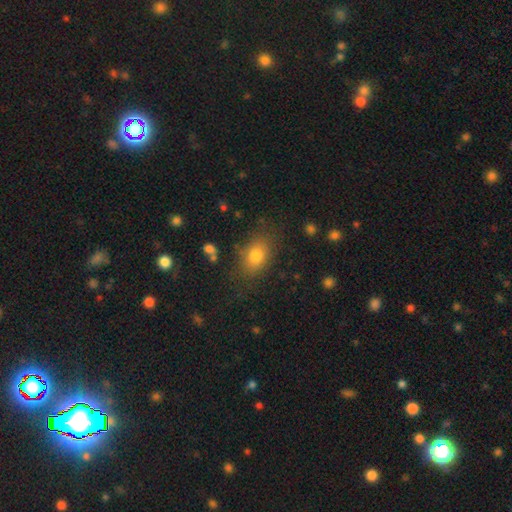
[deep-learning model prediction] smooth 79%, star or artifact 12%, featured or disk 10%. Down the decision tree: how rounded — in between (76%); merging — none (78%).